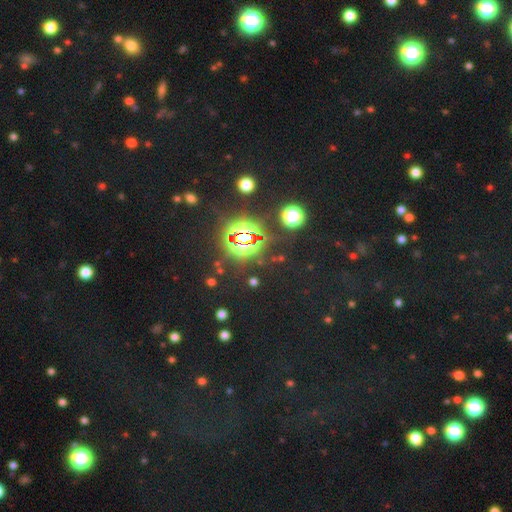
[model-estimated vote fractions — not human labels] Q: Smooth or featured?
A: star or artifact (69%); runner-up: smooth (24%)